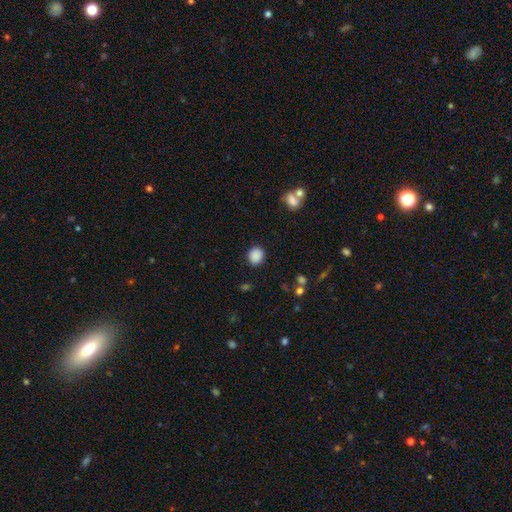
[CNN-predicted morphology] type=smooth (88%); roundness=round (78%); merging=none (88%).